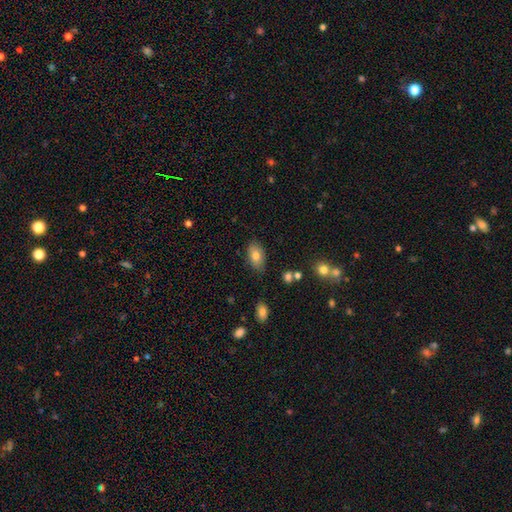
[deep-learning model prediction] smooth_or_featured: smooth (p=0.78) [alt: featured or disk p=0.14]
how_rounded: in between (p=0.90) [alt: round p=0.08]
merging: none (p=0.78) [alt: minor disturbance p=0.17]